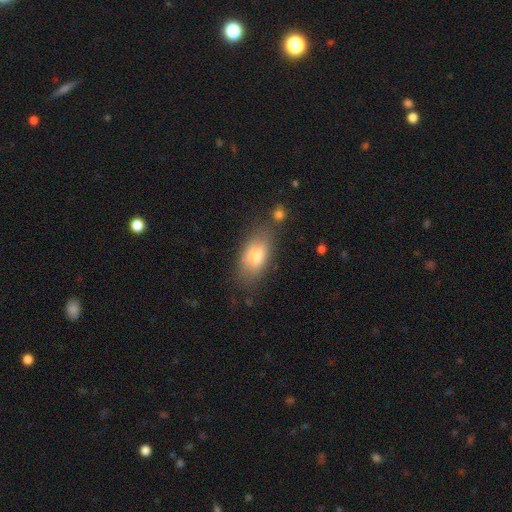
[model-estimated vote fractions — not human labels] smooth_or_featured: smooth (p=0.68) [alt: featured or disk p=0.24]
how_rounded: in between (p=0.83) [alt: cigar-shaped p=0.13]
merging: none (p=0.69) [alt: minor disturbance p=0.20]